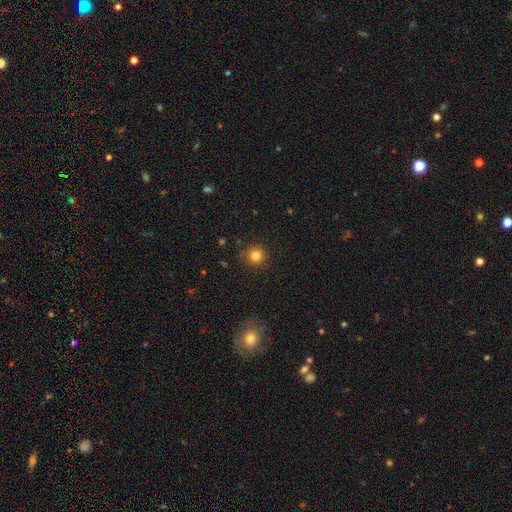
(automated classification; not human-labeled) Smooth or featured? smooth (82%)
How rounded? round (95%)
Merging? none (89%)